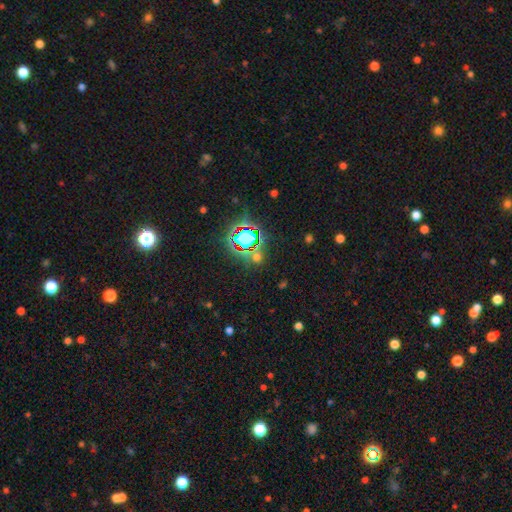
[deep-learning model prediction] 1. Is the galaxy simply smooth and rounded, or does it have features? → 75% star or artifact, 16% smooth, 8% featured or disk.